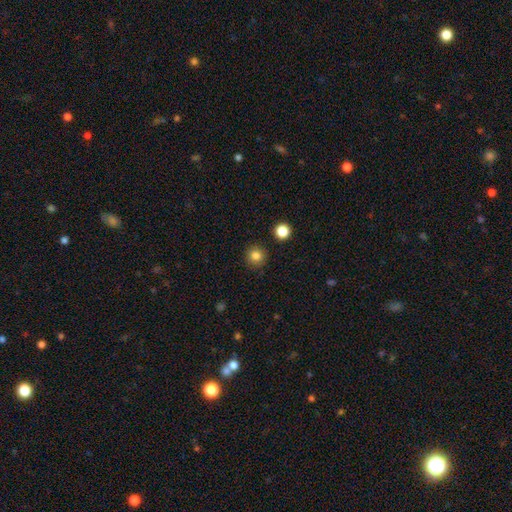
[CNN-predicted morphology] A smooth galaxy with no disk features (83%) that is round (95%).

Vote fractions:
- Smooth or featured? smooth: 83% / star or artifact: 12% / featured or disk: 5%
- How rounded? round: 95% / in between: 4% / cigar-shaped: 1%
- Merging? none: 92% / minor disturbance: 5% / major disturbance: 2% / merger: 2%